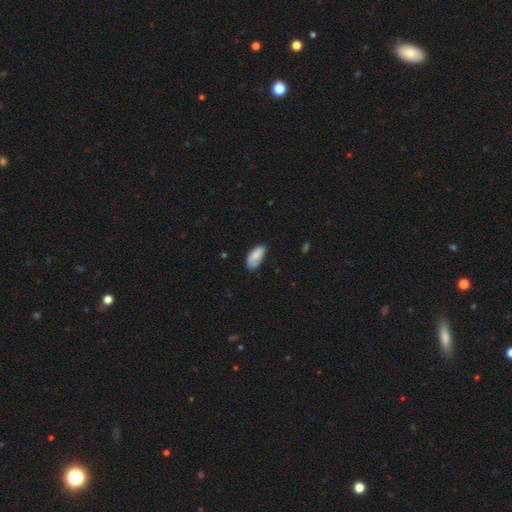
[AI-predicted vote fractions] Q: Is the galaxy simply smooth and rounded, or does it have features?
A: smooth — 81%.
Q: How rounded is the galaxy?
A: in between — 91%.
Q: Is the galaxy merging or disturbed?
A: none — 58%.